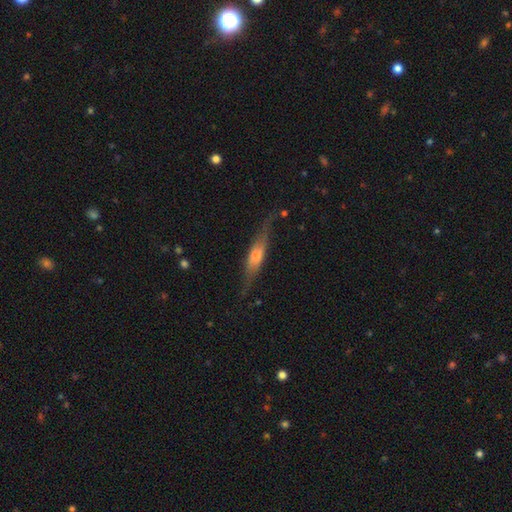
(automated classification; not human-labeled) Smooth or featured? Predicted: featured or disk (p=0.57). Edge-on disk? Predicted: yes (p=0.88). Edge-on bulge? Predicted: rounded (p=0.73). Merging? Predicted: none (p=0.73).